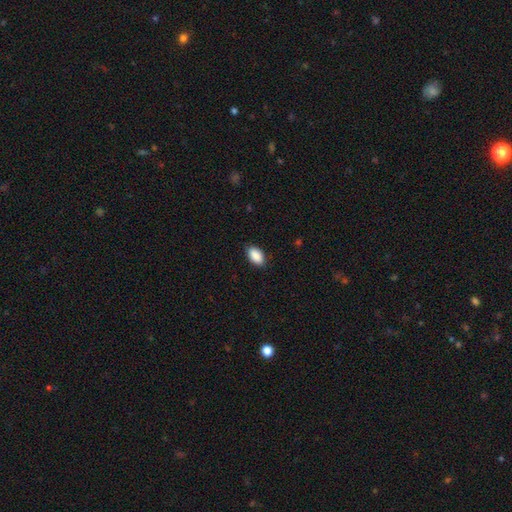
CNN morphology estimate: Smooth or featured? smooth (90%)
How rounded? in between (94%)
Merging? none (87%)